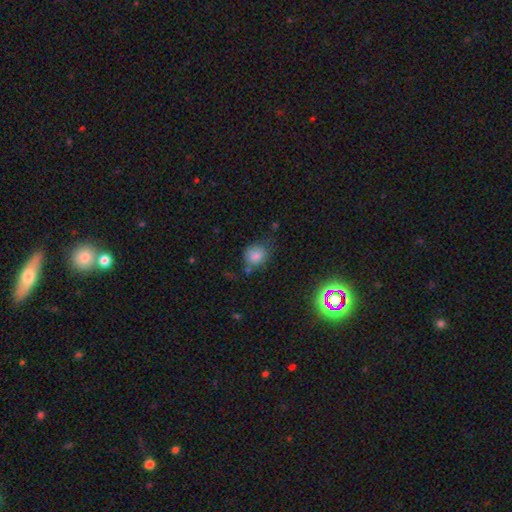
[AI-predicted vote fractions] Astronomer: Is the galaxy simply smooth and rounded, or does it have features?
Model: smooth — 80%.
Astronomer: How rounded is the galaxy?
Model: round — 71%.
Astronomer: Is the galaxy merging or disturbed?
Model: none — 63%.